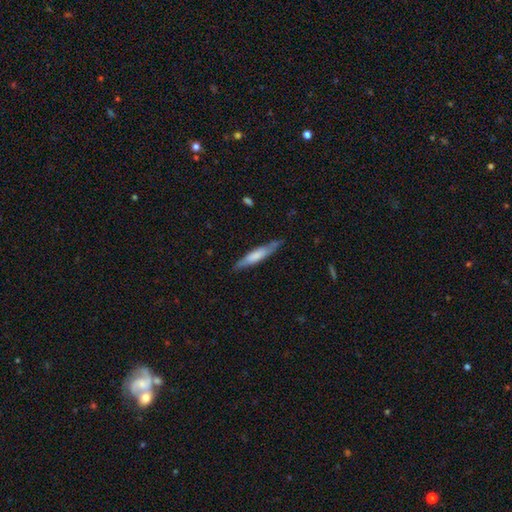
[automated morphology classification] smooth-or-featured: smooth: 63% | featured or disk: 32% | star or artifact: 5%
  how-rounded: cigar-shaped: 88% | in between: 11% | round: 1%
  merging: none: 82% | minor disturbance: 15% | major disturbance: 3% | merger: 1%